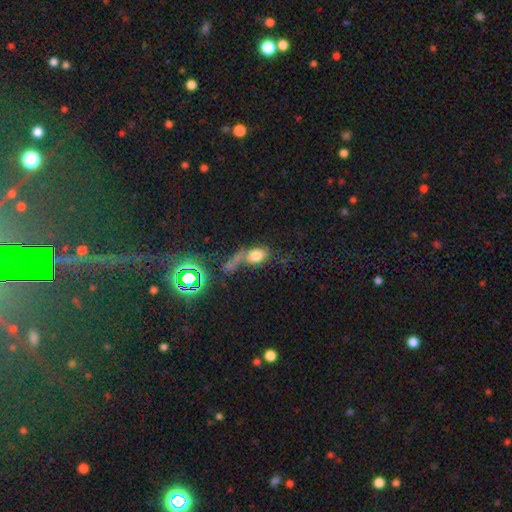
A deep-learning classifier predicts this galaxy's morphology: Smooth or featured?
  - smooth: 68% *
  - star or artifact: 19%
  - featured or disk: 13%
How rounded?
  - in between: 75% *
  - round: 20%
  - cigar-shaped: 5%
Merging?
  - none: 35% *
  - merger: 34%
  - major disturbance: 16%
  - minor disturbance: 15%